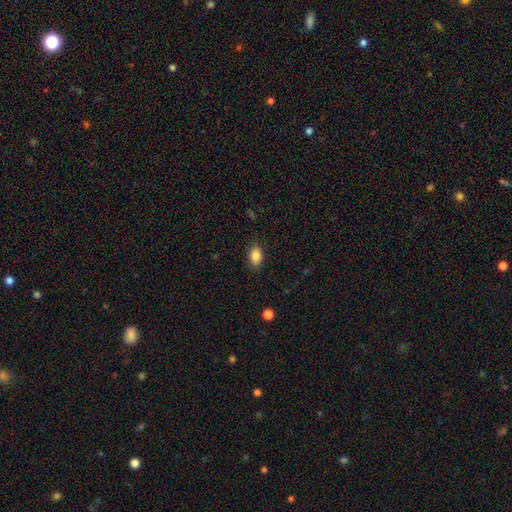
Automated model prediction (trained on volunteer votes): smooth_or_featured: smooth (p=0.86) [alt: star or artifact p=0.08]
how_rounded: in between (p=0.88) [alt: round p=0.10]
merging: none (p=0.86) [alt: minor disturbance p=0.10]